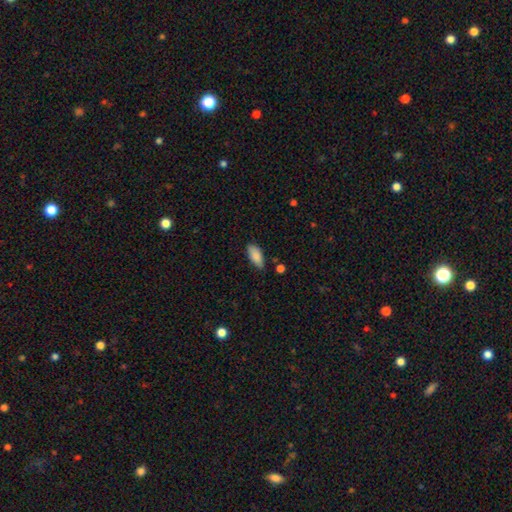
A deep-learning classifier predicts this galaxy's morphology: smooth_or_featured: smooth (p=0.86) [alt: featured or disk p=0.07]
how_rounded: in between (p=0.86) [alt: cigar-shaped p=0.12]
merging: none (p=0.76) [alt: minor disturbance p=0.18]